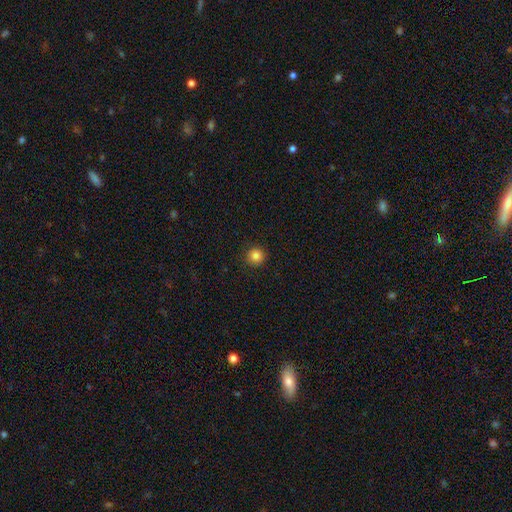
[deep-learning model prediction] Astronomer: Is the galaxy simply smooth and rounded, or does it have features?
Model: smooth — 85%.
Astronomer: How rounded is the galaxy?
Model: round — 95%.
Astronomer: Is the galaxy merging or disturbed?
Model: none — 92%.